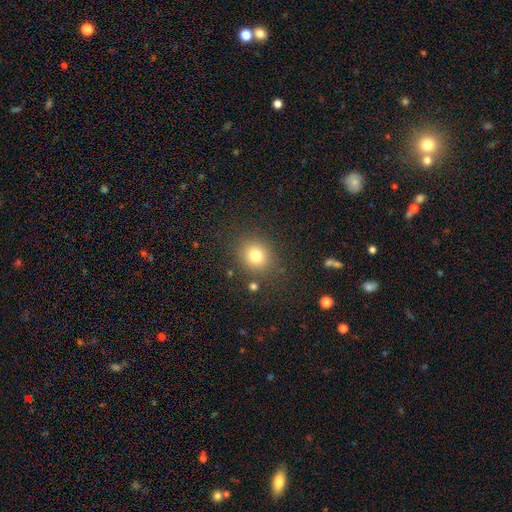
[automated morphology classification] type=smooth (78%); roundness=round (79%); merging=none (83%).